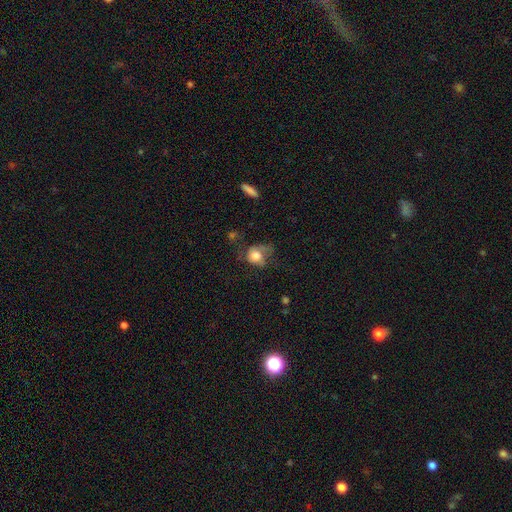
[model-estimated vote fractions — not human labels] A smooth galaxy with no disk features (67%) that is round (54%).

Vote fractions:
- Smooth or featured? smooth: 67% / featured or disk: 23% / star or artifact: 9%
- How rounded? round: 54% / in between: 45% / cigar-shaped: 1%
- Merging? major disturbance: 40% / none: 30% / minor disturbance: 26% / merger: 4%